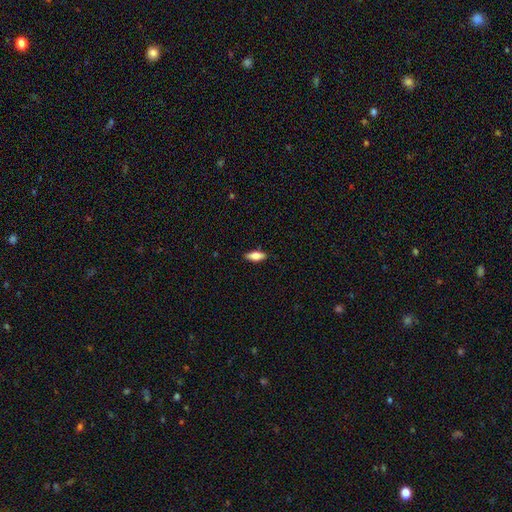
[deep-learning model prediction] Overall: smooth (74%). How rounded: in between (76%). Merging: none (87%).